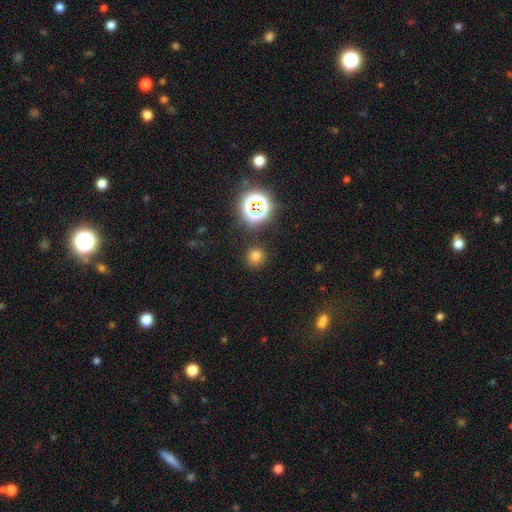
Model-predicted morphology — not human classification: Overall: smooth (72%). How rounded: round (90%). Merging: none (86%).